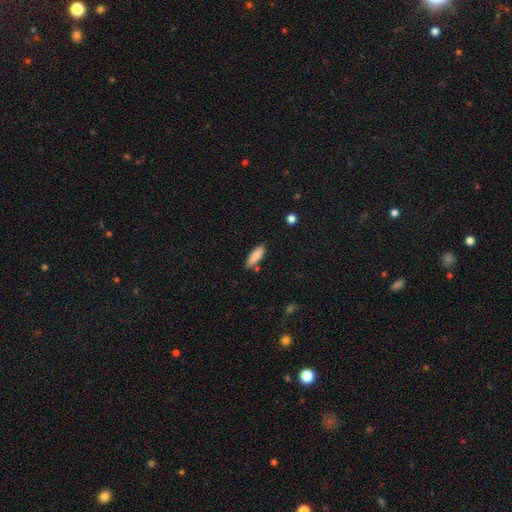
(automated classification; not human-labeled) smooth 88%, star or artifact 6%, featured or disk 6%. Down the decision tree: how rounded — in between (56%); merging — none (82%).